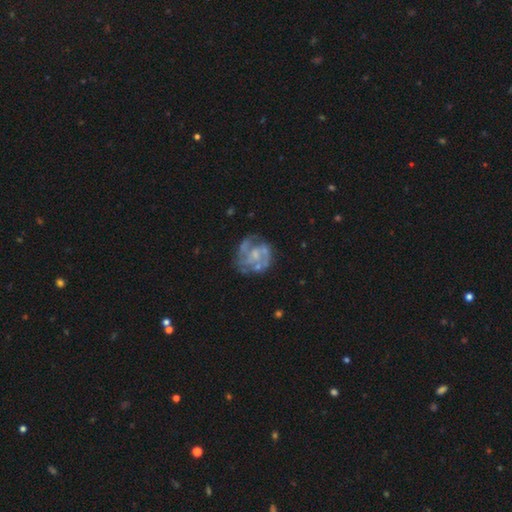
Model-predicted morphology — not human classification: Smooth or featured? Predicted: featured or disk (p=0.77). Edge-on disk? Predicted: no (p=0.98). Bar? Predicted: no (p=0.67). Spiral arms? Predicted: yes (p=0.74). Spiral winding? Predicted: medium (p=0.43). Spiral arm count? Predicted: can't tell (p=0.35). Bulge size? Predicted: small (p=0.41). Merging? Predicted: none (p=0.63).